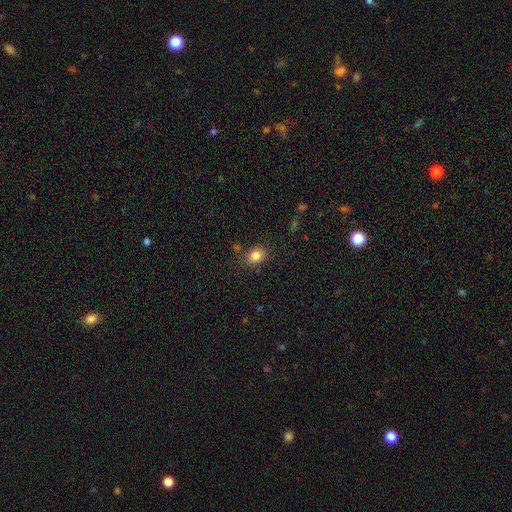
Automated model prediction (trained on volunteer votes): This appears to be a smooth galaxy with no disk features (82%) that is in between round and cigar-shaped (58%). Merging: none (79%).